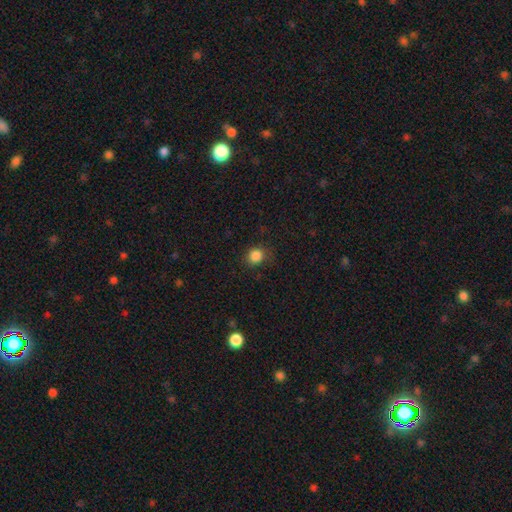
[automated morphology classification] smooth 85%, star or artifact 11%, featured or disk 4%. Down the decision tree: how rounded — round (81%); merging — none (83%).